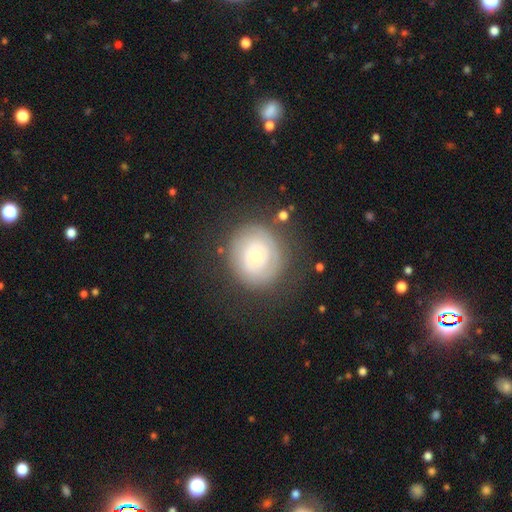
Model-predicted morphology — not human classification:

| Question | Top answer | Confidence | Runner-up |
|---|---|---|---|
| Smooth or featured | featured or disk | 53% | smooth (39%) |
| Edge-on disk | no | 97% | yes (3%) |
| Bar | no | 86% | weak (11%) |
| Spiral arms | yes | 57% | no (43%) |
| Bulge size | small | 57% | moderate (37%) |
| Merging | none | 77% | minor disturbance (13%) |